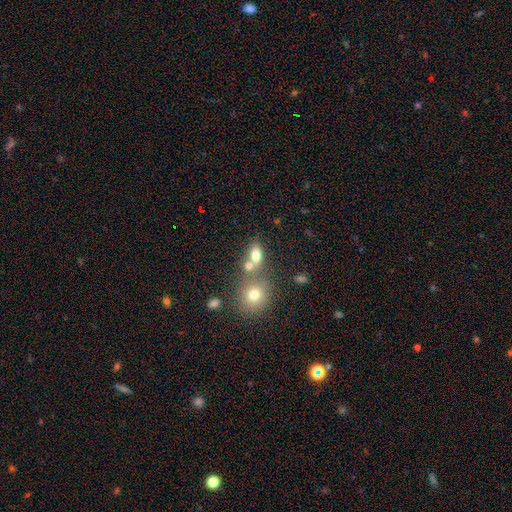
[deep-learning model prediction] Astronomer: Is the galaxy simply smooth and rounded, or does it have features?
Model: smooth — 74%.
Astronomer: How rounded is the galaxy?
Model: in between — 71%.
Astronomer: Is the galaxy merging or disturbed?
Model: none — 45% (runner-up: merger, 39%).